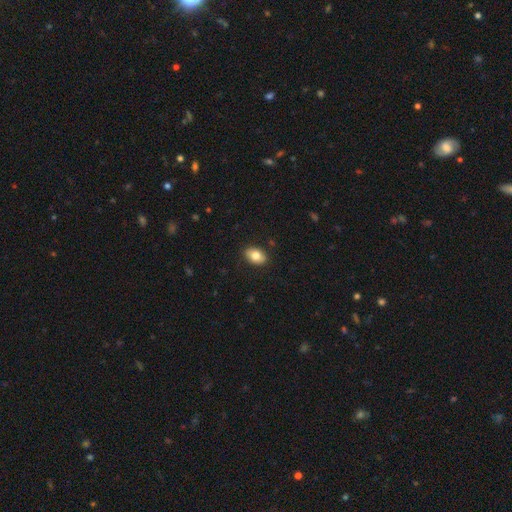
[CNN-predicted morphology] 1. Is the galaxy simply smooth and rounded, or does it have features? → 80% smooth, 13% featured or disk, 8% star or artifact.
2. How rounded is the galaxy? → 82% in between, 16% round, 1% cigar-shaped.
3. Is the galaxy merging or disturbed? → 88% none, 9% minor disturbance, 2% major disturbance, 1% merger.